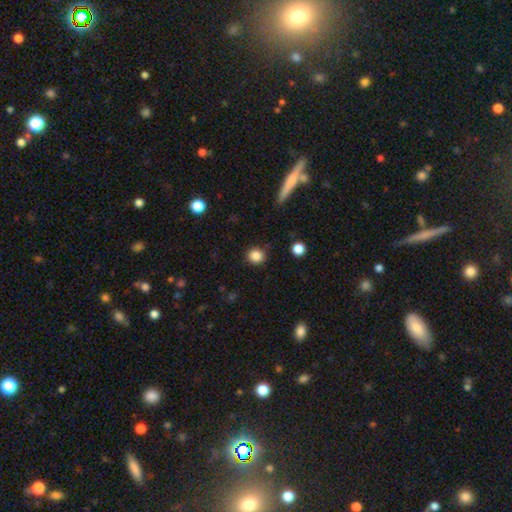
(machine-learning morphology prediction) type=smooth (86%); roundness=round (90%); merging=none (90%).